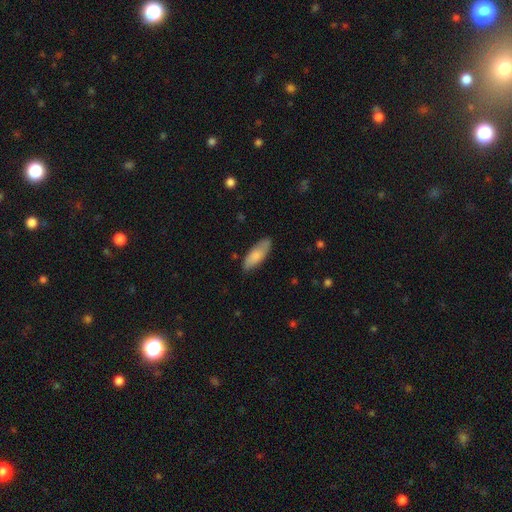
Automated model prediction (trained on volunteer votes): A smooth galaxy with no disk features (79%) that is in between round and cigar-shaped (69%). Merging: none (80%).